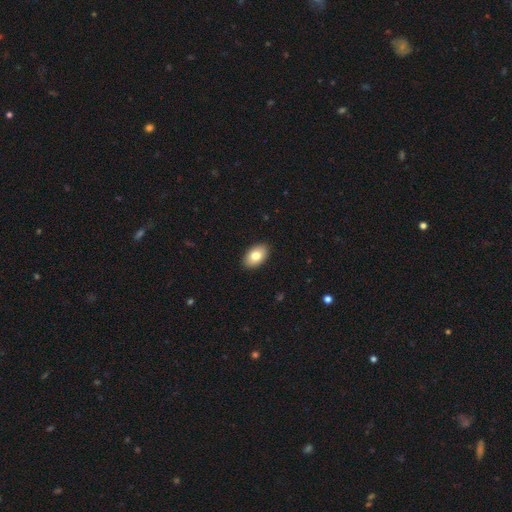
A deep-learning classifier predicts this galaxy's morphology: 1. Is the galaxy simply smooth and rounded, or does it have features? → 80% smooth, 13% featured or disk, 7% star or artifact.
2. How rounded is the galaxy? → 91% in between, 7% round, 1% cigar-shaped.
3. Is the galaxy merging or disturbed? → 91% none, 7% minor disturbance, 2% major disturbance, 1% merger.